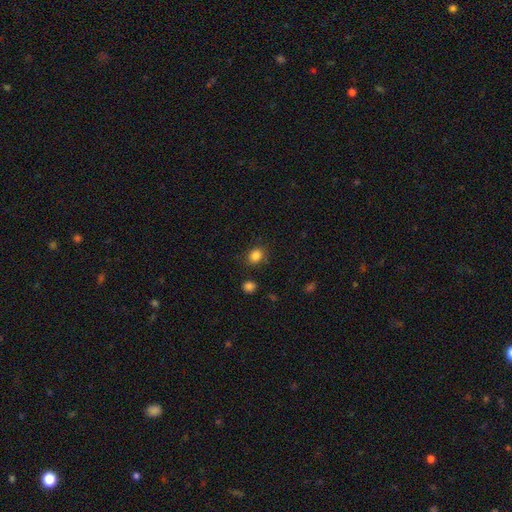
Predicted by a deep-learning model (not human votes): A smooth galaxy with no disk features (84%) that is round (59%).

Vote fractions:
- Smooth or featured? smooth: 84% / star or artifact: 11% / featured or disk: 5%
- How rounded? round: 59% / in between: 40% / cigar-shaped: 1%
- Merging? none: 81% / minor disturbance: 13% / major disturbance: 3% / merger: 3%